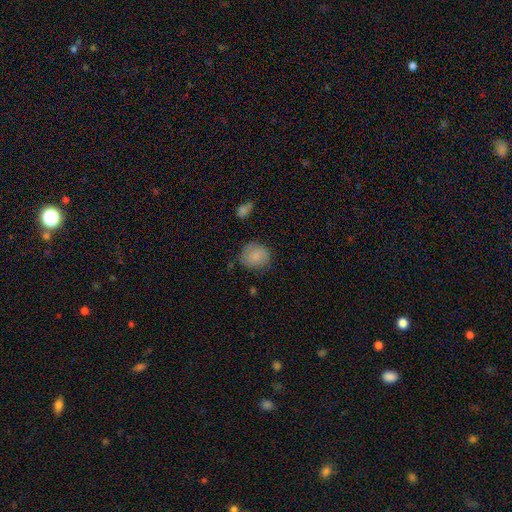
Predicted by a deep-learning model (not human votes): Q: Smooth or featured?
A: smooth (74%); runner-up: featured or disk (19%)
Q: How rounded?
A: round (75%); runner-up: in between (24%)
Q: Merging?
A: none (71%); runner-up: minor disturbance (21%)